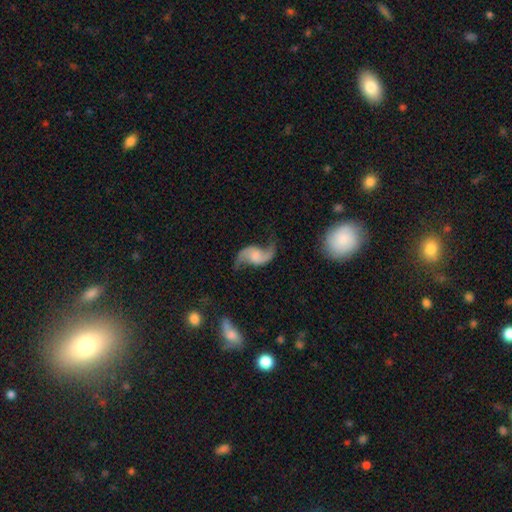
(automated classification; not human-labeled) The model was most divided on "bulge size": none: 38%, small: 27%, moderate: 23%, large: 10%, dominant: 3%. More confident: edge-on disk — no (97%); spiral arms — yes (97%); spiral arm count — 2 (94%); smooth or featured — featured or disk (87%); spiral winding — loose (83%); merging — none (72%); bar — no (56%).